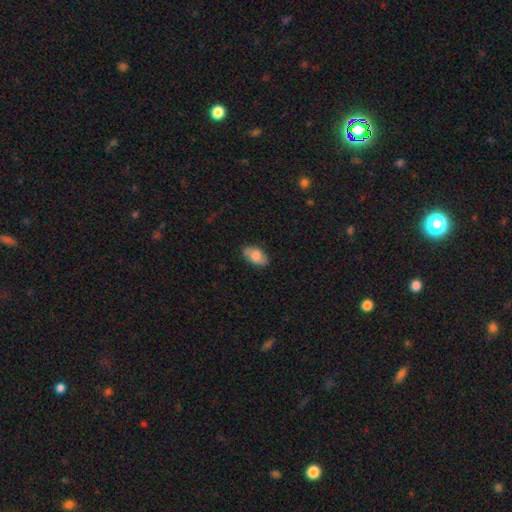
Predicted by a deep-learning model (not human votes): smooth_or_featured: smooth (p=0.70) [alt: featured or disk p=0.22]
how_rounded: in between (p=0.91) [alt: round p=0.07]
merging: none (p=0.77) [alt: minor disturbance p=0.18]